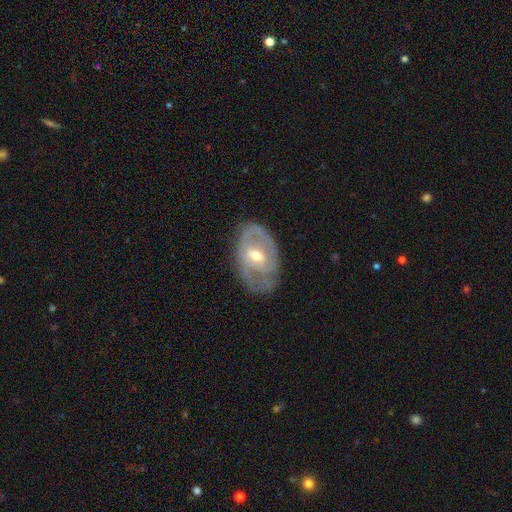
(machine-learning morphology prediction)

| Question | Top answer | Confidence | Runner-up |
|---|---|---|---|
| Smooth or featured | featured or disk | 77% | smooth (17%) |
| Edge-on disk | no | 94% | yes (6%) |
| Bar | weak | 47% | no (35%) |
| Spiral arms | yes | 78% | no (22%) |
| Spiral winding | tight | 50% | medium (37%) |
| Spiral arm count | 2 | 54% | can't tell (27%) |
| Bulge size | moderate | 63% | small (32%) |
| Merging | none | 64% | minor disturbance (24%) |